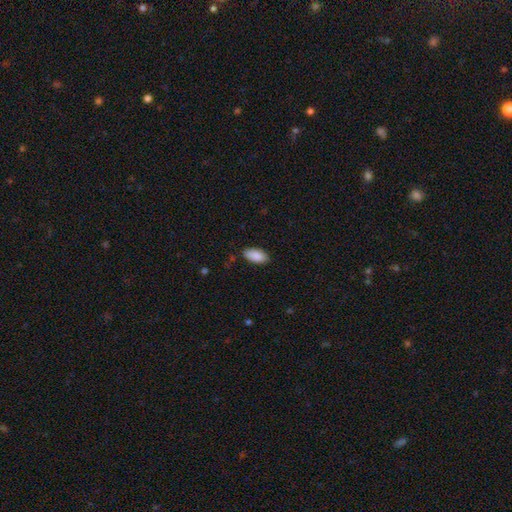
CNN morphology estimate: Overall: smooth (89%). How rounded: in between (93%). Merging: none (85%).